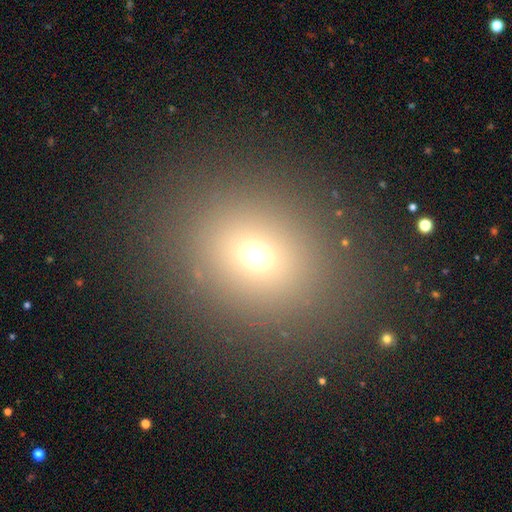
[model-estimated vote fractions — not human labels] smooth_or_featured: smooth (p=0.67) [alt: star or artifact p=0.23]
how_rounded: round (p=0.66) [alt: in between p=0.33]
merging: none (p=0.87) [alt: minor disturbance p=0.07]